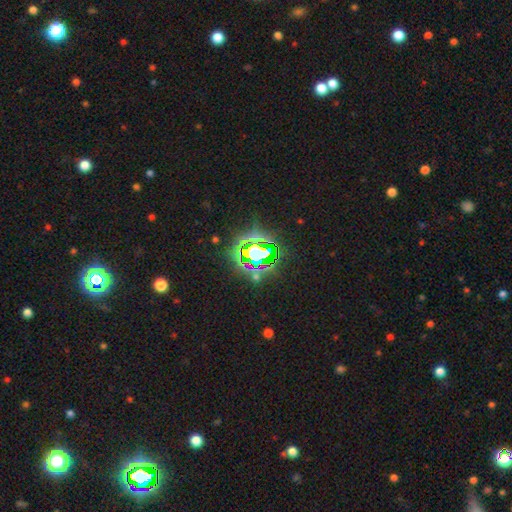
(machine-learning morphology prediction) Smooth or featured: star or artifact — 79% (smooth — 12%)